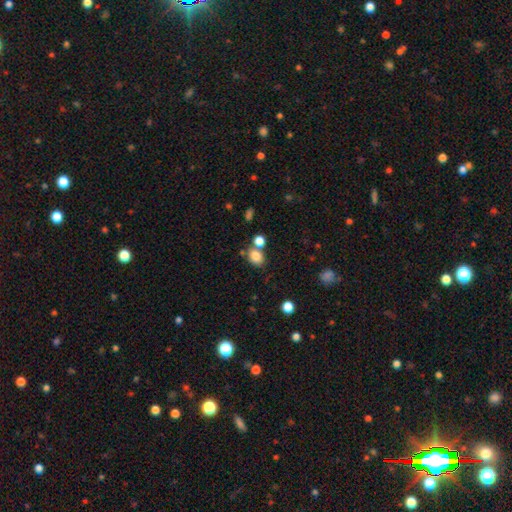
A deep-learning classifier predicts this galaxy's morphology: type=smooth (83%); roundness=in between (55%); merging=none (60%).